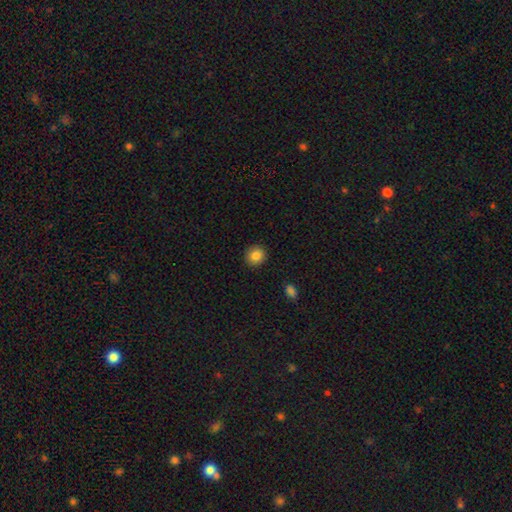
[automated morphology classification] Smooth or featured? smooth (85%)
How rounded? round (87%)
Merging? none (92%)